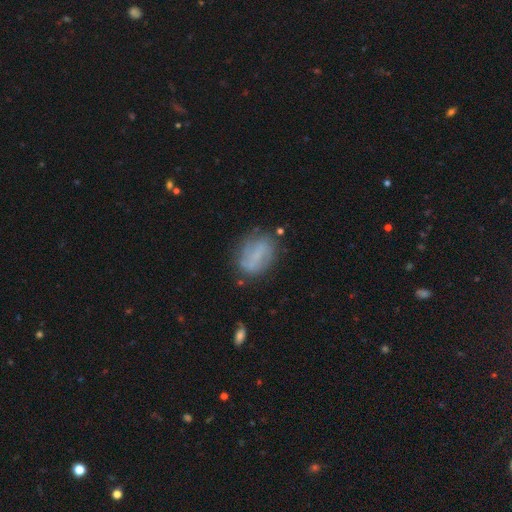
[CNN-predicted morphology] The model was most divided on "smooth or featured": featured or disk: 49%, smooth: 41%, star or artifact: 10%. More confident: merging — none (64%).